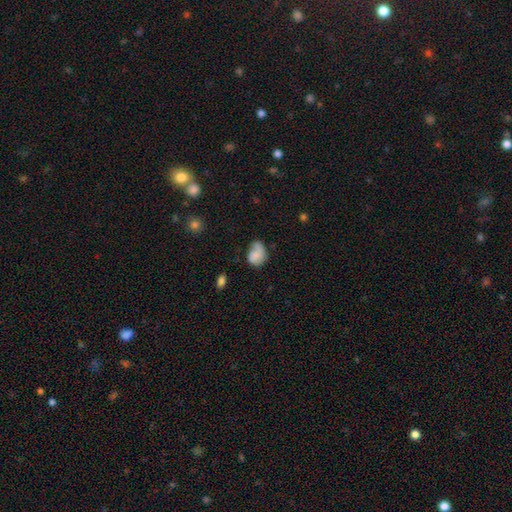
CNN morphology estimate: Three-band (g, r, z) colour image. It shows a smooth galaxy with no disk features (66%) that is in between round and cigar-shaped (63%). Merging: none (42%).